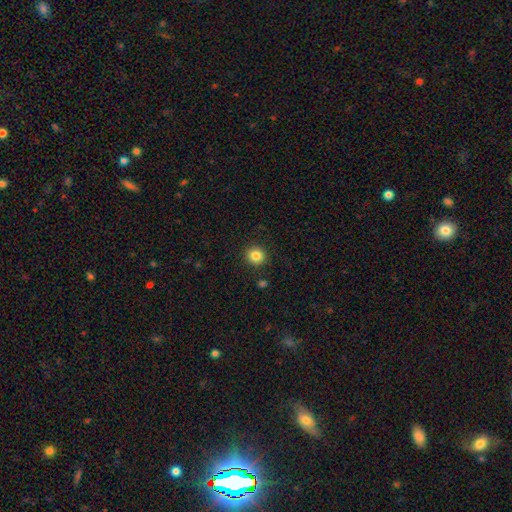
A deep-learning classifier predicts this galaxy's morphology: Q: Smooth or featured?
A: smooth (84%); runner-up: star or artifact (11%)
Q: How rounded?
A: round (92%); runner-up: in between (7%)
Q: Merging?
A: none (91%); runner-up: minor disturbance (6%)